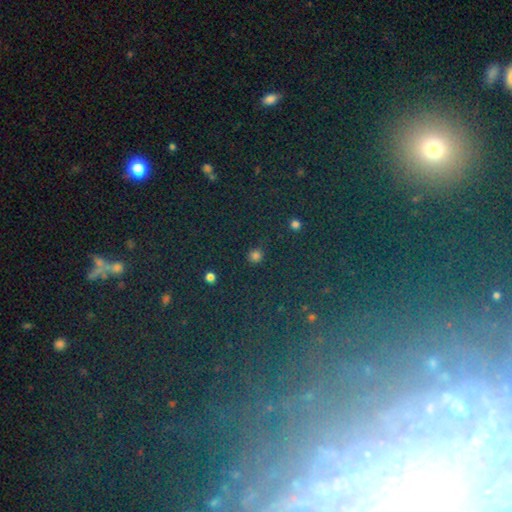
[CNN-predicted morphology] Q: Smooth or featured?
A: smooth (68%); runner-up: star or artifact (27%)
Q: How rounded?
A: round (85%); runner-up: in between (13%)
Q: Merging?
A: none (89%); runner-up: minor disturbance (7%)